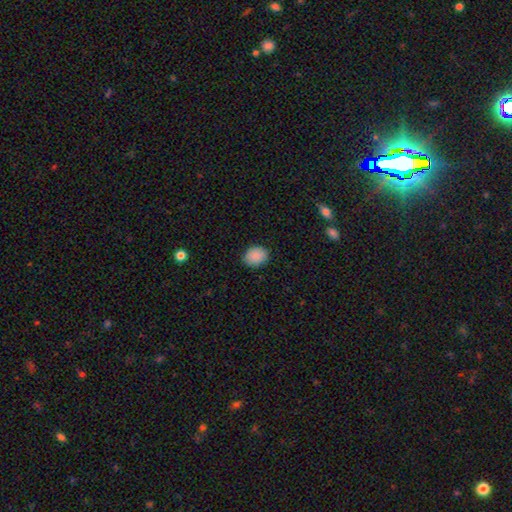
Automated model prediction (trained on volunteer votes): Smooth or featured? Predicted: smooth (p=0.88). How rounded? Predicted: in between (p=0.51). Merging? Predicted: none (p=0.86).